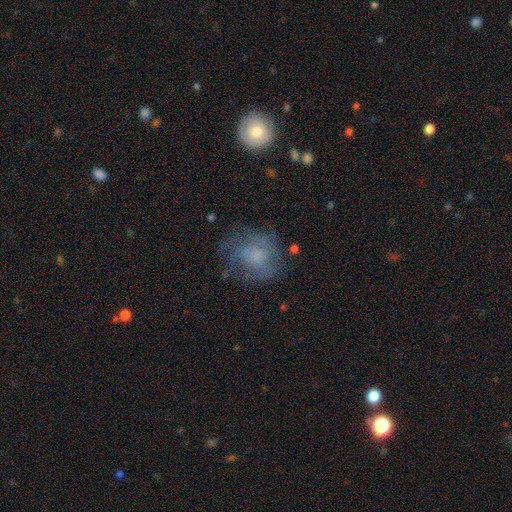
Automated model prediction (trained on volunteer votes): This appears to be a featured or disk galaxy (46%). Merging: none (62%).